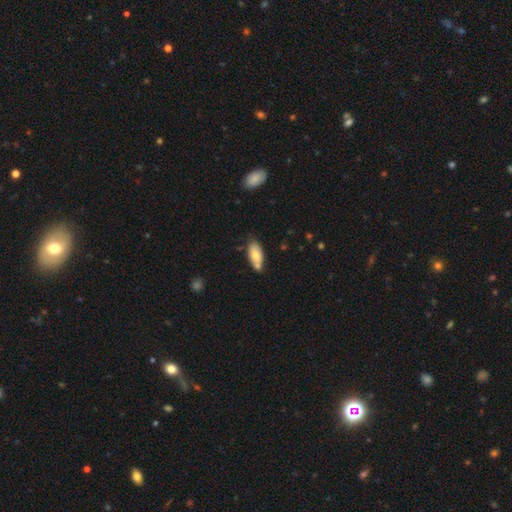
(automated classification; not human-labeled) A smooth galaxy with no disk features (74%) that is in between round and cigar-shaped (87%). Merging: none (58%).